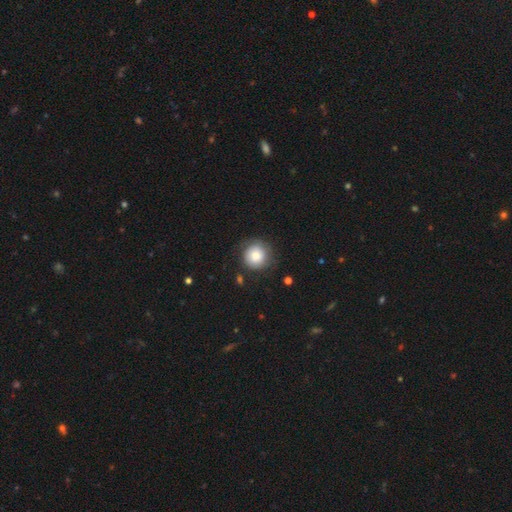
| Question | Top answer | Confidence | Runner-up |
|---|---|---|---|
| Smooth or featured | smooth | 82% | featured or disk (13%) |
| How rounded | round | 97% | in between (3%) |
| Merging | none | 76% | minor disturbance (14%) |